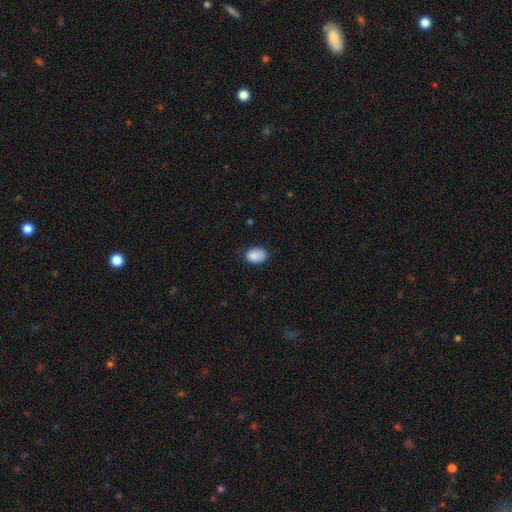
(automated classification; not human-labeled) smooth_or_featured: smooth (p=0.87) [alt: star or artifact p=0.07]
how_rounded: in between (p=0.83) [alt: round p=0.16]
merging: none (p=0.75) [alt: minor disturbance p=0.20]